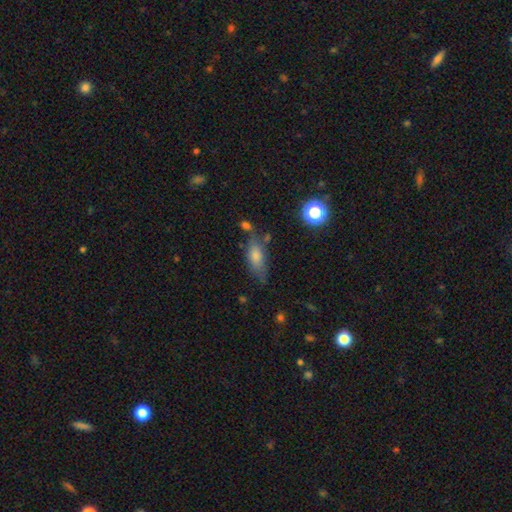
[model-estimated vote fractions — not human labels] Smooth or featured? smooth (68%)
How rounded? in between (72%)
Merging? none (62%)